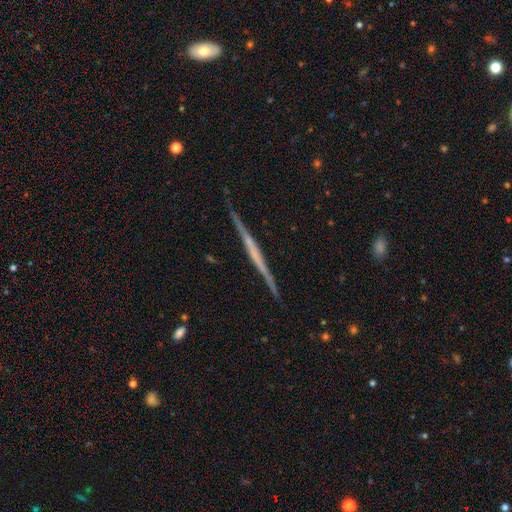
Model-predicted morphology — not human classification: smooth-or-featured: featured or disk: 75% | smooth: 19% | star or artifact: 6%
  disk-edge-on: yes: 98% | no: 2%
    edge-on-bulge: none: 70% | rounded: 17% | boxy: 13%
  merging: none: 88% | minor disturbance: 8% | major disturbance: 2% | merger: 1%